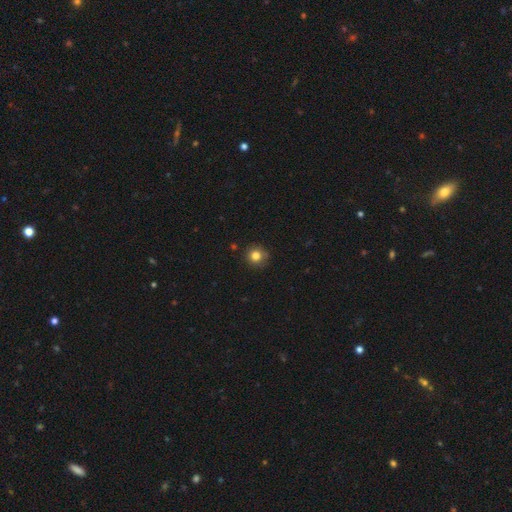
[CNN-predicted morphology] A smooth galaxy with no disk features (82%) that is round (92%).

Vote fractions:
- Smooth or featured? smooth: 82% / star or artifact: 12% / featured or disk: 7%
- How rounded? round: 92% / in between: 7% / cigar-shaped: 1%
- Merging? none: 84% / minor disturbance: 12% / major disturbance: 3% / merger: 2%